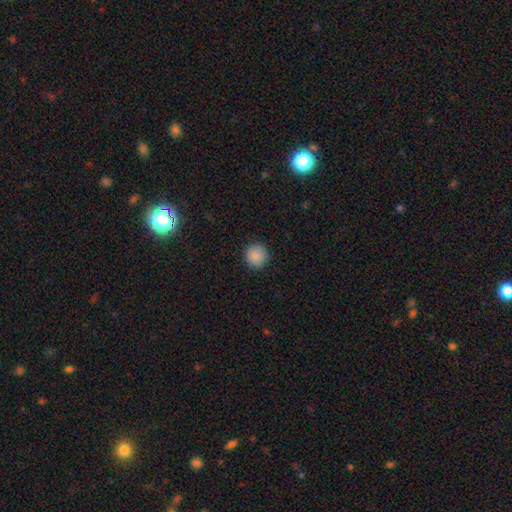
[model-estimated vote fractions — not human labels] A smooth galaxy with no disk features (88%) that is round (95%). Merging: none (92%).